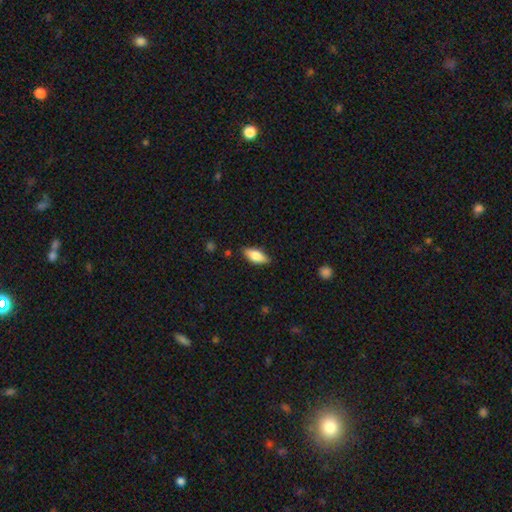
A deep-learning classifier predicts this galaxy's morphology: Smooth or featured?
  - smooth: 73% *
  - featured or disk: 21%
  - star or artifact: 6%
How rounded?
  - in between: 80% *
  - cigar-shaped: 18%
  - round: 3%
Merging?
  - none: 84% *
  - minor disturbance: 13%
  - major disturbance: 2%
  - merger: 1%